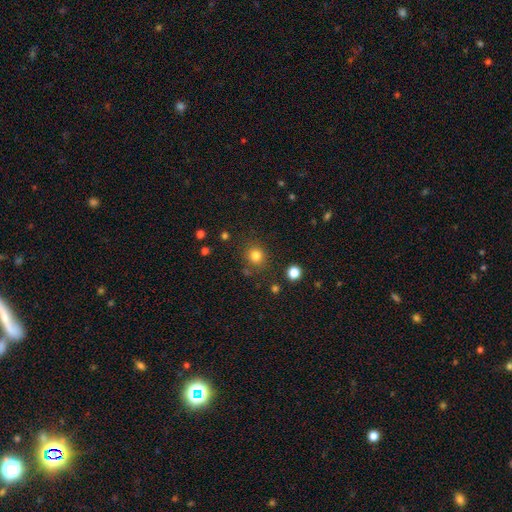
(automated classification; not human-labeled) A smooth galaxy with no disk features (81%) that is round (87%).

Vote fractions:
- Smooth or featured? smooth: 81% / star or artifact: 14% / featured or disk: 5%
- How rounded? round: 87% / in between: 12% / cigar-shaped: 1%
- Merging? none: 83% / minor disturbance: 9% / merger: 4% / major disturbance: 4%